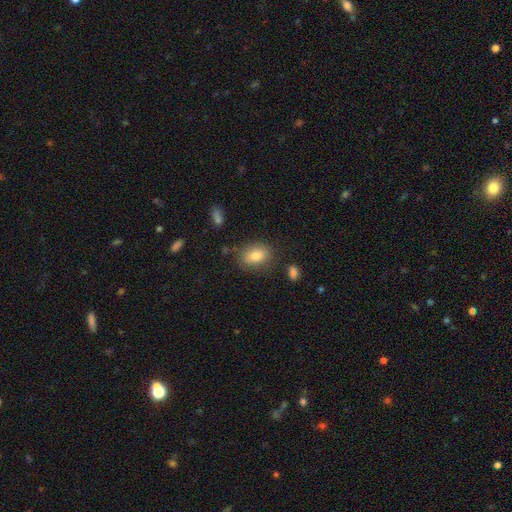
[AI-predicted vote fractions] smooth_or_featured: smooth (p=0.78) [alt: featured or disk p=0.13]
how_rounded: in between (p=0.71) [alt: round p=0.28]
merging: none (p=0.76) [alt: minor disturbance p=0.15]